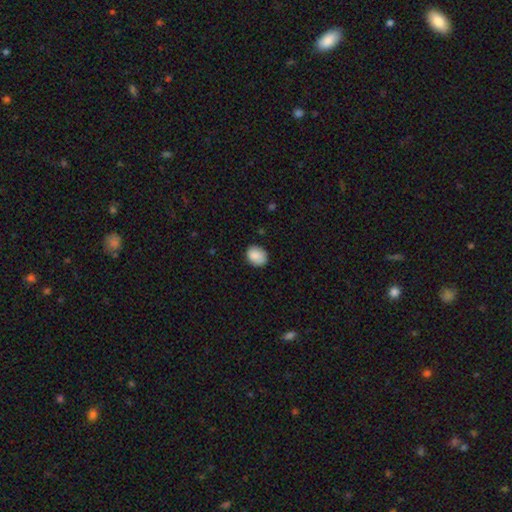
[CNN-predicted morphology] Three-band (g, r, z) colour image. It shows a smooth galaxy with no disk features (88%) that is round (56%). Merging: none (80%).